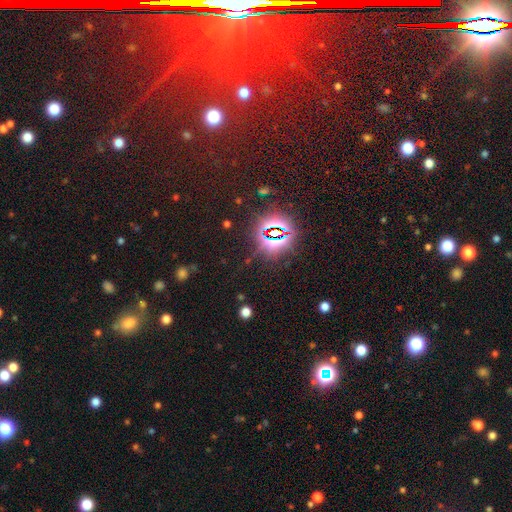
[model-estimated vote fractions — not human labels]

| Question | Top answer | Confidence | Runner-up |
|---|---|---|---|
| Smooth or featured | star or artifact | 76% | smooth (15%) |